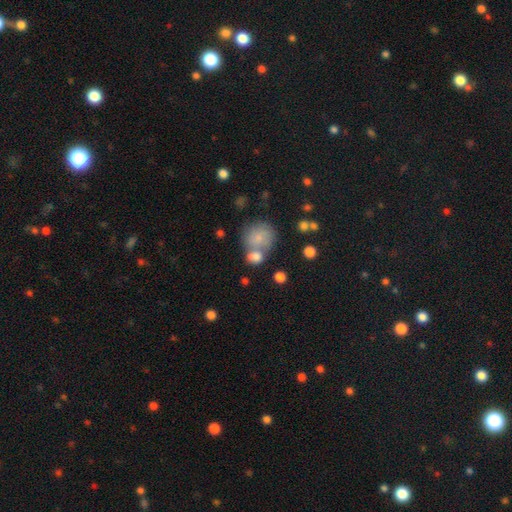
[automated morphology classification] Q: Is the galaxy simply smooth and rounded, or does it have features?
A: smooth — 78%.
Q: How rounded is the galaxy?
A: round — 70%.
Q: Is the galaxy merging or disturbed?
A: merger — 44%.